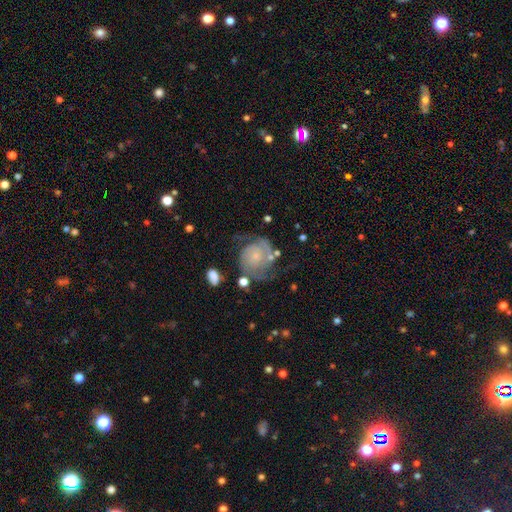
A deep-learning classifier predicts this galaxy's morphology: Q: Smooth or featured?
A: featured or disk (80%); runner-up: smooth (13%)
Q: Edge-on disk?
A: no (98%); runner-up: yes (2%)
Q: Bar?
A: no (77%); runner-up: weak (19%)
Q: Spiral arms?
A: yes (95%); runner-up: no (5%)
Q: Spiral winding?
A: tight (42%); runner-up: medium (39%)
Q: Spiral arm count?
A: 2 (73%); runner-up: can't tell (11%)
Q: Bulge size?
A: small (72%); runner-up: moderate (15%)
Q: Merging?
A: none (55%); runner-up: minor disturbance (21%)